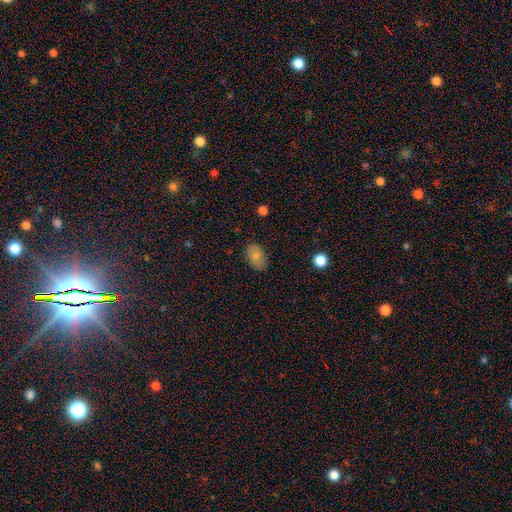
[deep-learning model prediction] Morphology: type=smooth (83%); roundness=in between (89%); merging=none (82%).